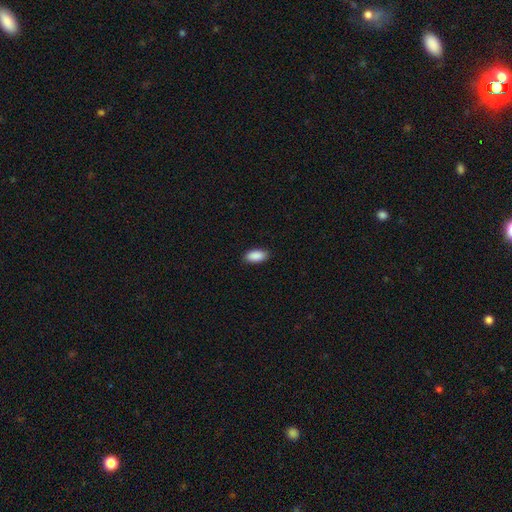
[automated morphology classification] smooth-or-featured: smooth: 91% | star or artifact: 7% | featured or disk: 3%
  how-rounded: in between: 93% | cigar-shaped: 4% | round: 3%
  merging: none: 87% | minor disturbance: 10% | major disturbance: 2% | merger: 1%